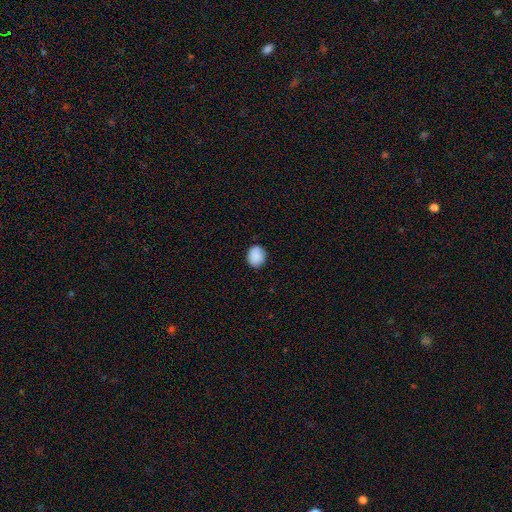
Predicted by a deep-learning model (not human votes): A smooth galaxy with no disk features (89%) that is round (65%). Merging: none (84%).